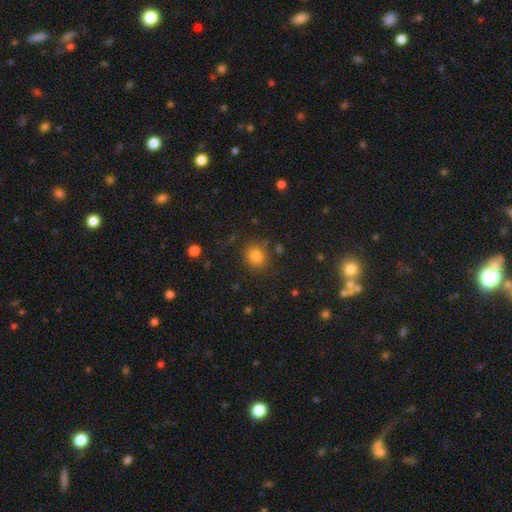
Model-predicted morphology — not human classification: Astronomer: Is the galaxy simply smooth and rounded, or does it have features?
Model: smooth — 82%.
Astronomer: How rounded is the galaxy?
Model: round — 82%.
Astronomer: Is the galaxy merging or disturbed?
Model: none — 82%.